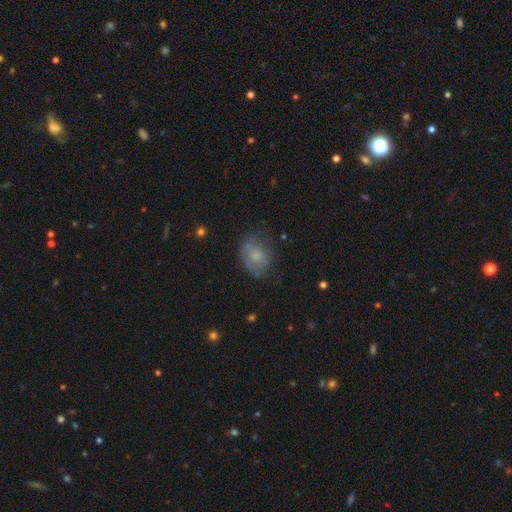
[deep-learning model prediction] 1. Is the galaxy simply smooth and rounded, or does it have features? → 61% smooth, 30% featured or disk, 9% star or artifact.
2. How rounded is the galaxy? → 60% in between, 39% round, 1% cigar-shaped.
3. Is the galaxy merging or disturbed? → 55% none, 29% minor disturbance, 14% major disturbance, 2% merger.